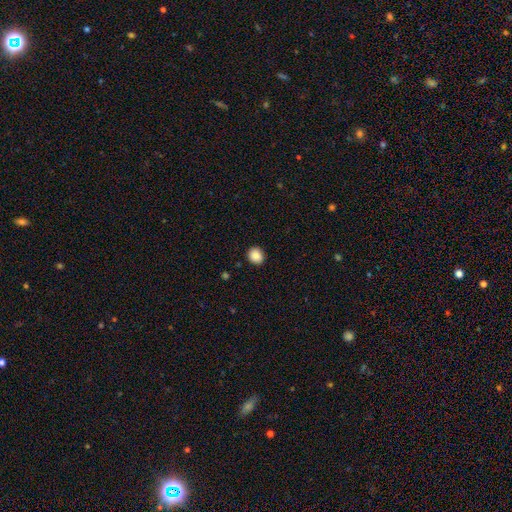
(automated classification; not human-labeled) Morphology: type=smooth (88%); roundness=round (74%); merging=none (91%).